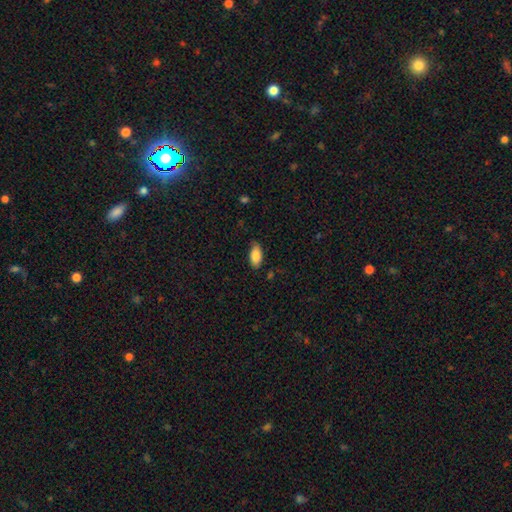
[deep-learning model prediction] smooth 85%, featured or disk 8%, star or artifact 7%. Down the decision tree: how rounded — in between (93%); merging — none (78%).